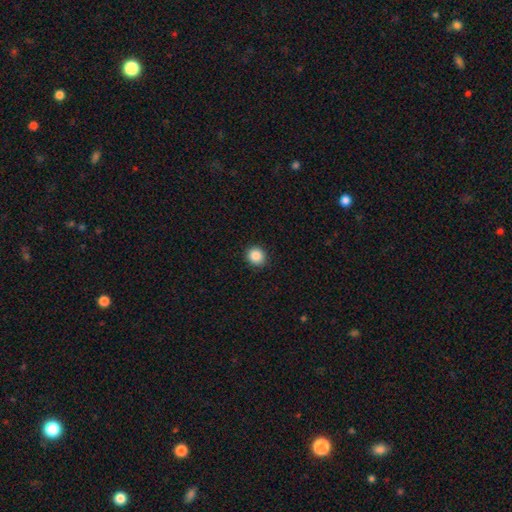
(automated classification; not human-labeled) Q: Smooth or featured?
A: smooth (88%); runner-up: star or artifact (10%)
Q: How rounded?
A: round (89%); runner-up: in between (10%)
Q: Merging?
A: none (91%); runner-up: minor disturbance (6%)